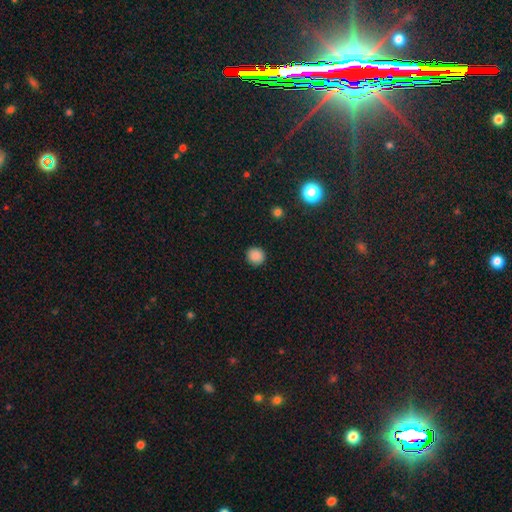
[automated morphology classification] type=smooth (87%); roundness=round (93%); merging=none (91%).